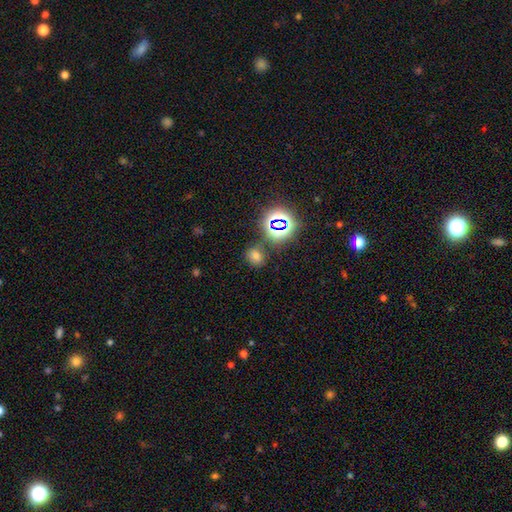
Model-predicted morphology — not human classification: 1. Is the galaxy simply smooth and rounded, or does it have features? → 60% smooth, 32% star or artifact, 8% featured or disk.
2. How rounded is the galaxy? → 55% round, 44% in between, 1% cigar-shaped.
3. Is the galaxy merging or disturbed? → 77% none, 11% minor disturbance, 8% merger, 4% major disturbance.